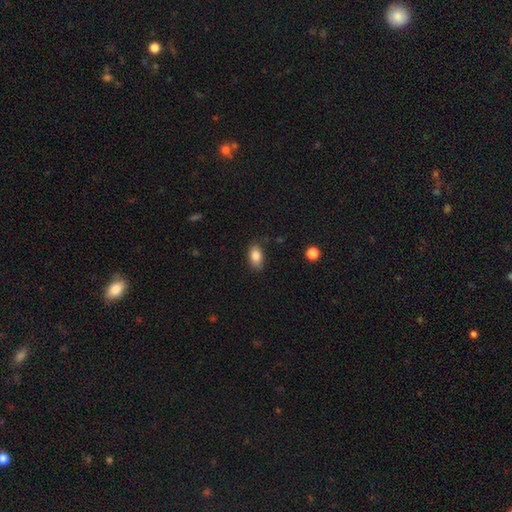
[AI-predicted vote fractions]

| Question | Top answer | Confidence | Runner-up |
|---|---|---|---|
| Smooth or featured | smooth | 84% | featured or disk (8%) |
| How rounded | in between | 89% | round (8%) |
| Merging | none | 80% | minor disturbance (16%) |